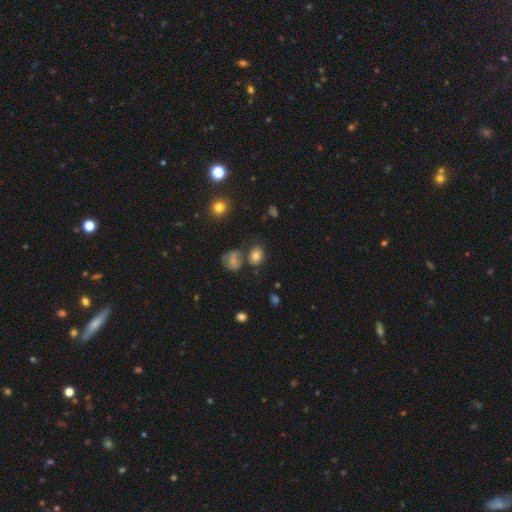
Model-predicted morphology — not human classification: Q: Smooth or featured?
A: smooth (78%); runner-up: star or artifact (13%)
Q: How rounded?
A: in between (51%); runner-up: round (48%)
Q: Merging?
A: none (64%); runner-up: merger (16%)